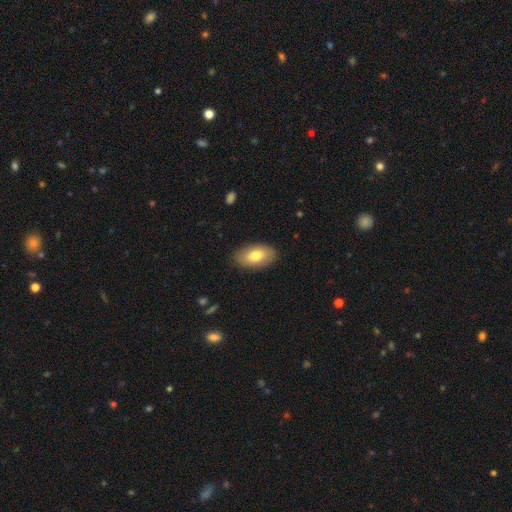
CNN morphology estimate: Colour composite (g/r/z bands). It shows a smooth galaxy with no disk features (76%) that is in between round and cigar-shaped (93%). Merging: none (86%).